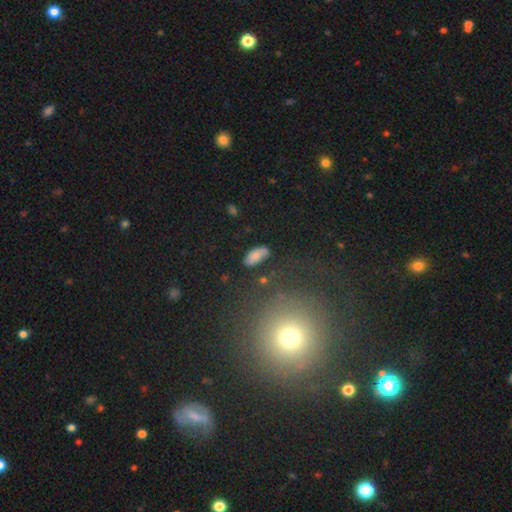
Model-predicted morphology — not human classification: This is likely a smooth galaxy (70%). How rounded: clearly in between (89%). Merging: likely none (68%).